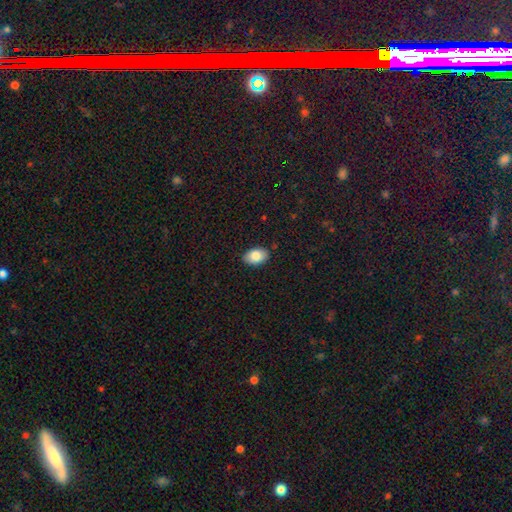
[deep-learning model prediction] smooth 85%, featured or disk 8%, star or artifact 7%. Down the decision tree: how rounded — in between (89%); merging — none (87%).